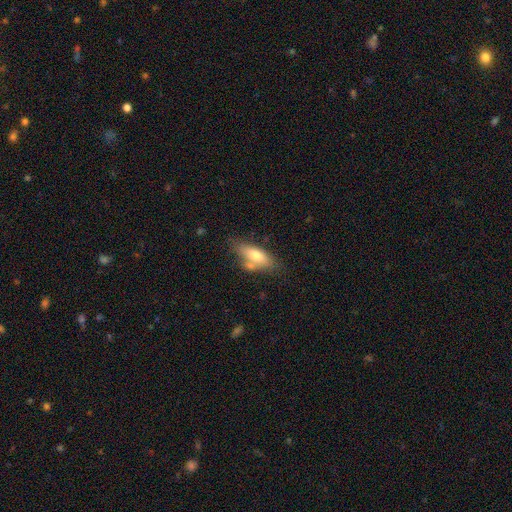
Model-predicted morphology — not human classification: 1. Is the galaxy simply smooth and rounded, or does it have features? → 67% smooth, 26% featured or disk, 7% star or artifact.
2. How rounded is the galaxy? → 72% in between, 24% cigar-shaped, 3% round.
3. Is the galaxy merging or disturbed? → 55% none, 20% minor disturbance, 19% merger, 6% major disturbance.